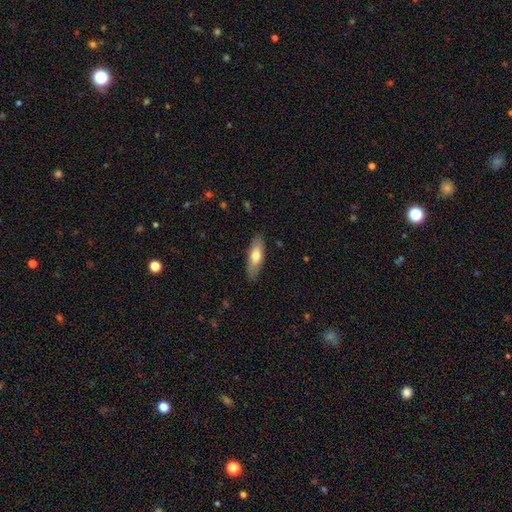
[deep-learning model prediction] Morphology: type=smooth (64%); roundness=in between (58%); merging=none (86%).